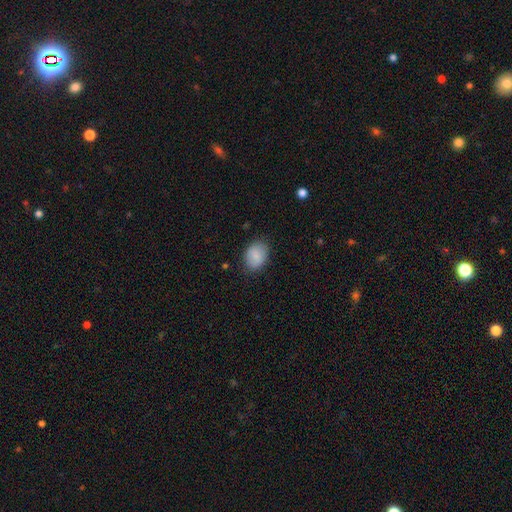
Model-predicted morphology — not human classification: Smooth or featured?
  - smooth: 84% *
  - featured or disk: 9%
  - star or artifact: 7%
How rounded?
  - in between: 71% *
  - round: 28%
  - cigar-shaped: 1%
Merging?
  - none: 80% *
  - minor disturbance: 15%
  - major disturbance: 4%
  - merger: 1%